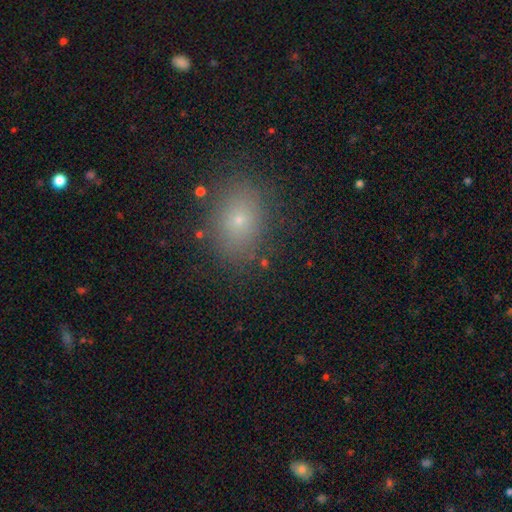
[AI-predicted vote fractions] This appears to be a smooth galaxy with no disk features (70%) that is in between round and cigar-shaped (66%). Merging: none (85%).